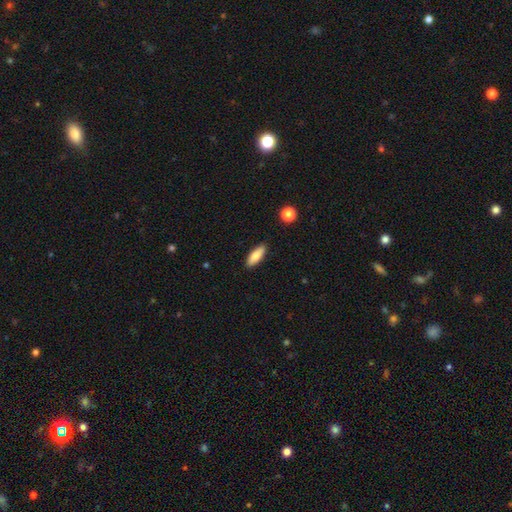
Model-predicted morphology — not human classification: Q: Smooth or featured?
A: smooth (82%); runner-up: featured or disk (12%)
Q: How rounded?
A: in between (61%); runner-up: cigar-shaped (37%)
Q: Merging?
A: none (88%); runner-up: minor disturbance (9%)